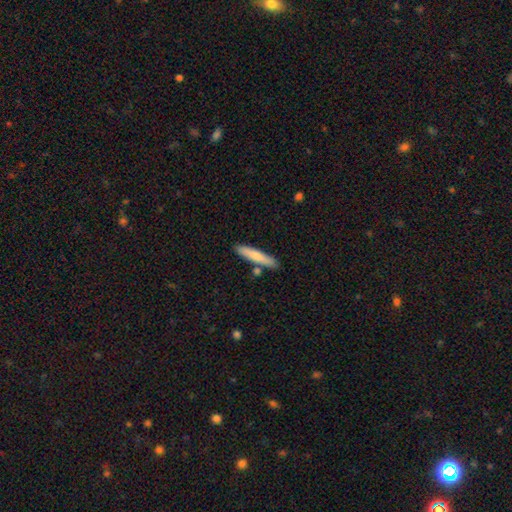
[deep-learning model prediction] Smooth or featured? Predicted: smooth (p=0.74). How rounded? Predicted: cigar-shaped (p=0.90). Merging? Predicted: none (p=0.81).